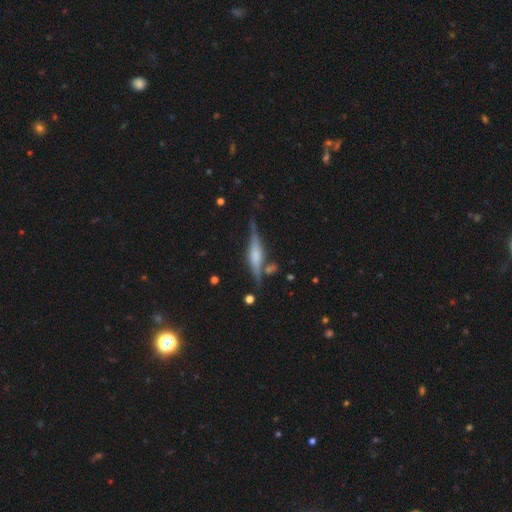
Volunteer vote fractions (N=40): smooth-or-featured: featured or disk: 68% | smooth: 22% | star or artifact: 10%
  disk-edge-on: yes: 100% | no: 0%
    edge-on-bulge: rounded: 81% | boxy: 15% | none: 4%
  merging: none: 83% | minor disturbance: 17% | major disturbance: 0% | merger: 0%